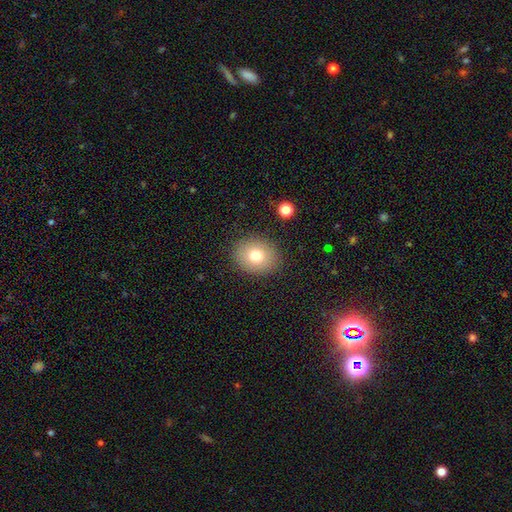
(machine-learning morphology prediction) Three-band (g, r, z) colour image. It shows a smooth galaxy with no disk features (75%) that is round (59%). Merging: none (87%).